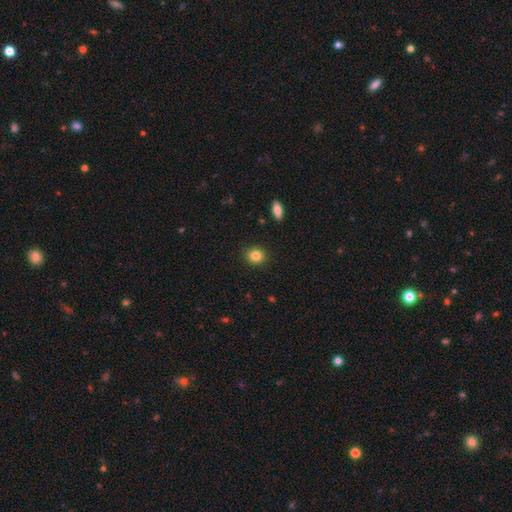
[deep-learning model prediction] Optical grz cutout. It shows a smooth galaxy with no disk features (84%) that is round (79%). Merging: none (91%).